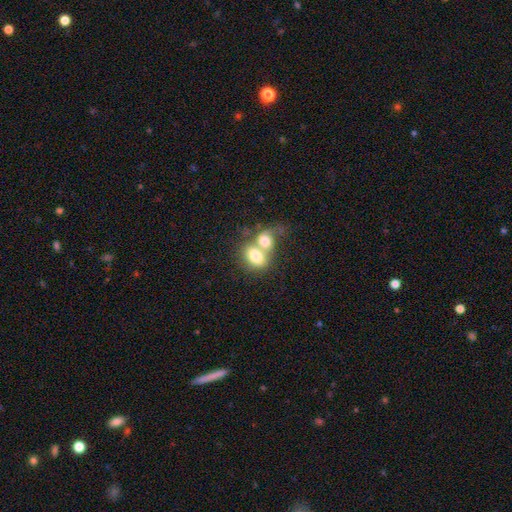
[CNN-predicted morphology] Smooth or featured? Predicted: smooth (p=0.75). How rounded? Predicted: in between (p=0.72). Merging? Predicted: merger (p=0.69).